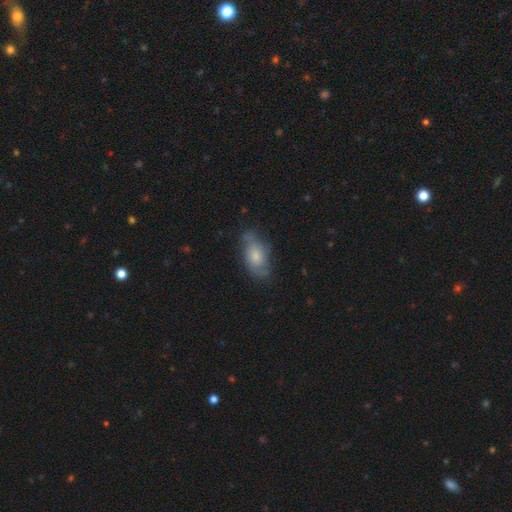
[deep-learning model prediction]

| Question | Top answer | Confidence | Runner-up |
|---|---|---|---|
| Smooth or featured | featured or disk | 47% | smooth (45%) |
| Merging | none | 65% | minor disturbance (25%) |